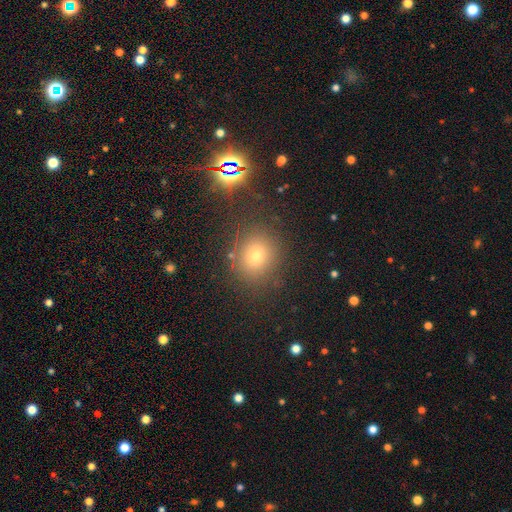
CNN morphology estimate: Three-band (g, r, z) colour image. It shows a smooth galaxy with no disk features (67%) that is round (73%). Merging: none (82%).